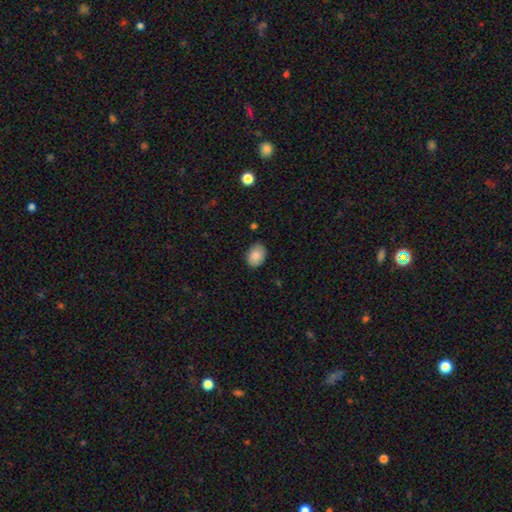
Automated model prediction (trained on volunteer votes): This is clearly a smooth galaxy (84%). How rounded: likely in between (76%). Merging: clearly none (86%).